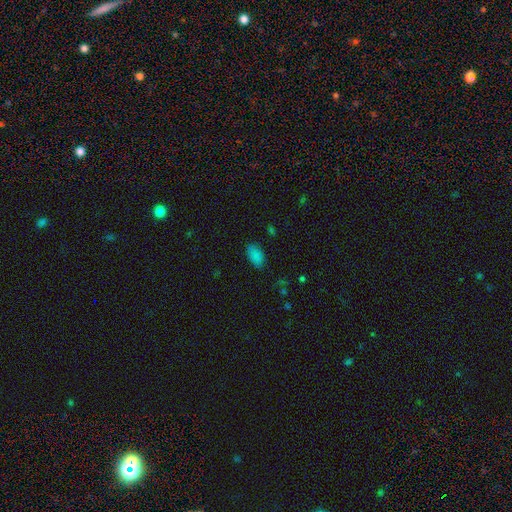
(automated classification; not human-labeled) This appears to be a smooth galaxy with no disk features (85%) that is in between round and cigar-shaped (94%). Merging: none (84%).